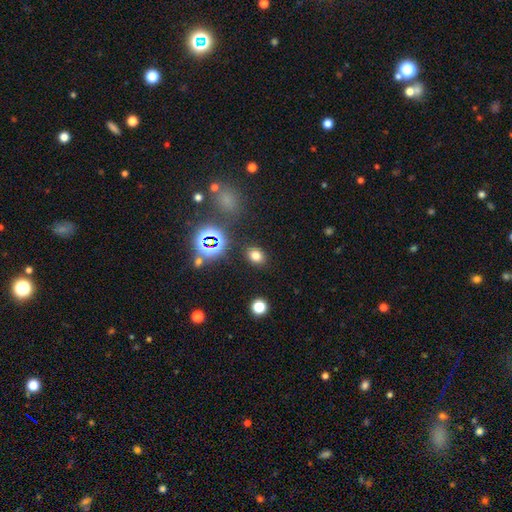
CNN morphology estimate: A smooth galaxy with no disk features (74%) that is in between round and cigar-shaped (58%).

Vote fractions:
- Smooth or featured? smooth: 74% / star or artifact: 19% / featured or disk: 7%
- How rounded? in between: 58% / round: 41% / cigar-shaped: 1%
- Merging? none: 86% / minor disturbance: 9% / major disturbance: 3% / merger: 2%